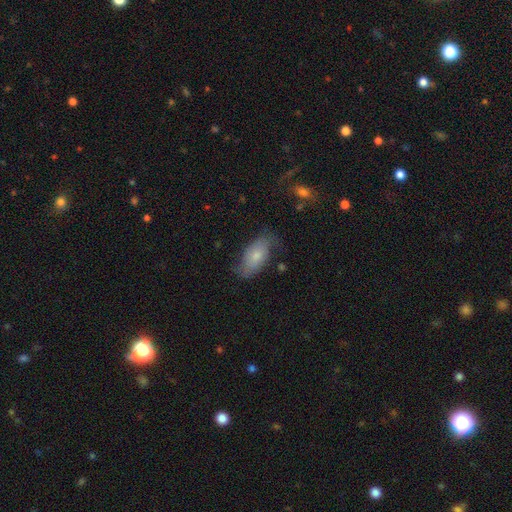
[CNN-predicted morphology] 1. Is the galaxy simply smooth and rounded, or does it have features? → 63% smooth, 30% featured or disk, 7% star or artifact.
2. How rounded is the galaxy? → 90% in between, 6% cigar-shaped, 3% round.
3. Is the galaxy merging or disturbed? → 60% none, 28% minor disturbance, 11% major disturbance, 2% merger.